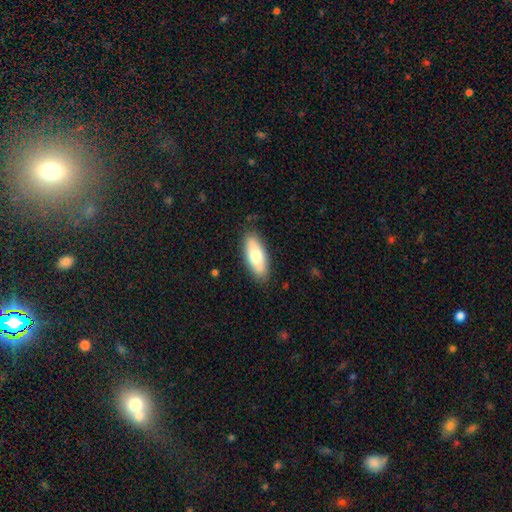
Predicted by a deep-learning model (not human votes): Smooth or featured: smooth — 71% (featured or disk — 23%)
How rounded: in between — 75% (cigar-shaped — 22%)
Merging: none — 84% (minor disturbance — 12%)